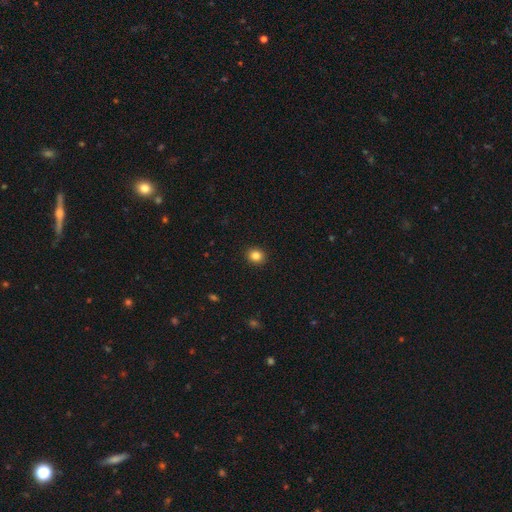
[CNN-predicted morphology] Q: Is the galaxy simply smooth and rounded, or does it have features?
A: smooth — 85%.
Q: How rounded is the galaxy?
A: round — 75%.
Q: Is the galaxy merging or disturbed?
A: none — 92%.